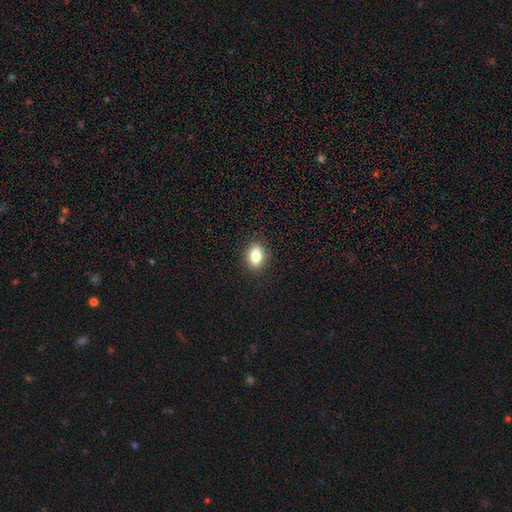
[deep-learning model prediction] The model was most divided on "how rounded": in between: 75%, round: 22%, cigar-shaped: 2%. More confident: merging — none (89%); smooth or featured — smooth (82%).